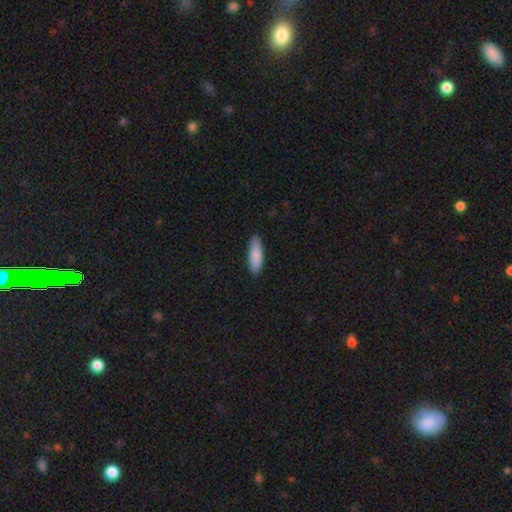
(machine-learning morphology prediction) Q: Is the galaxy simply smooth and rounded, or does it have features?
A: smooth — 88%.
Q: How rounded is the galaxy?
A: in between — 51%.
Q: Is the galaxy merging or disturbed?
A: none — 86%.